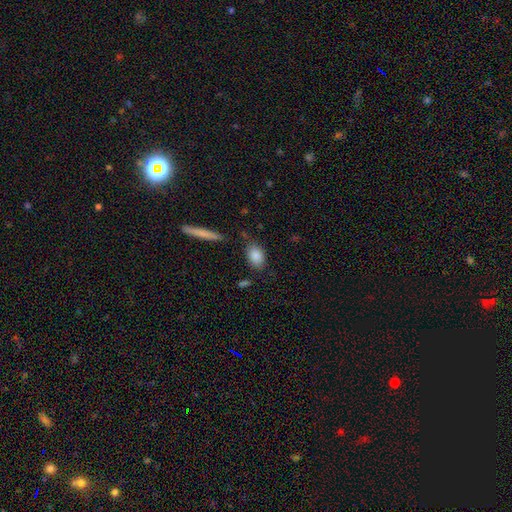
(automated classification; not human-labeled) Smooth or featured: smooth — 86% (featured or disk — 7%)
How rounded: in between — 81% (round — 16%)
Merging: none — 74% (minor disturbance — 17%)